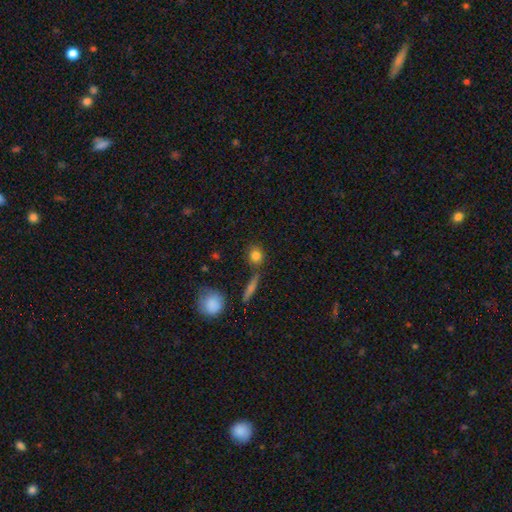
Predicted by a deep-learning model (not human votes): smooth-or-featured: smooth: 82% | star or artifact: 10% | featured or disk: 8%
  how-rounded: round: 73% | in between: 22% | cigar-shaped: 5%
  merging: none: 75% | minor disturbance: 12% | merger: 10% | major disturbance: 4%